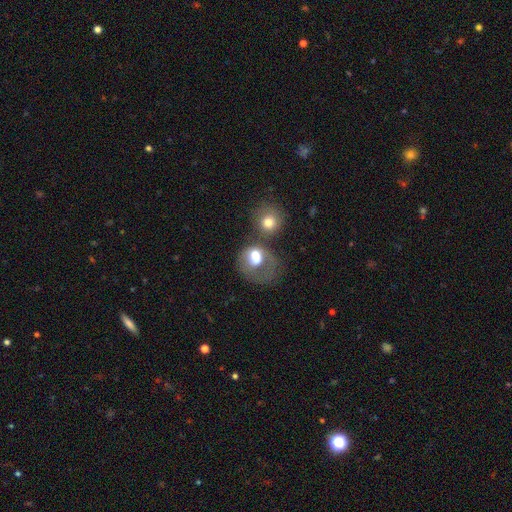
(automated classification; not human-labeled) A smooth galaxy with no disk features (62%) that is round (56%). Merging: merger (38%).